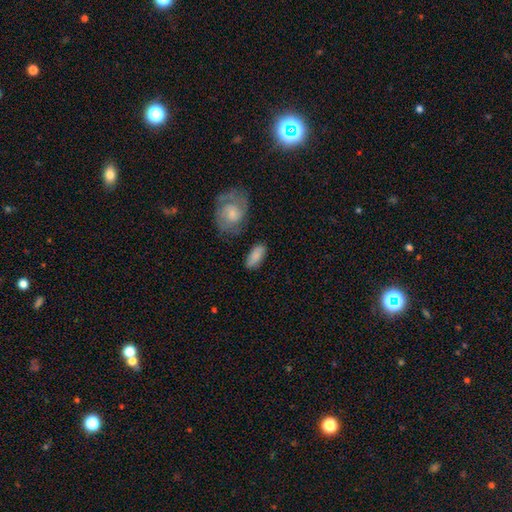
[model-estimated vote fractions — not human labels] Morphology: type=smooth (82%); roundness=in between (86%); merging=none (74%).